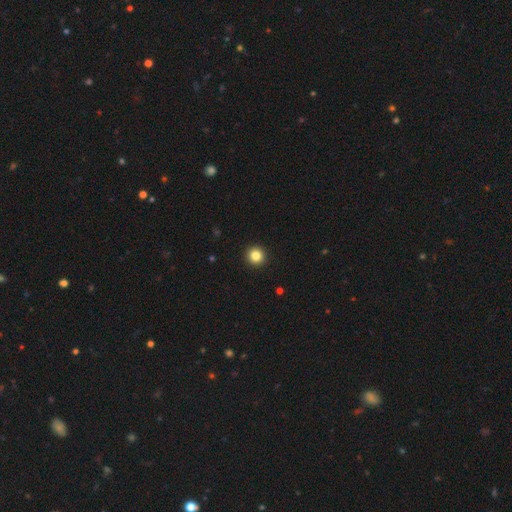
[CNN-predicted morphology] A smooth galaxy with no disk features (84%) that is round (95%). Merging: none (94%).